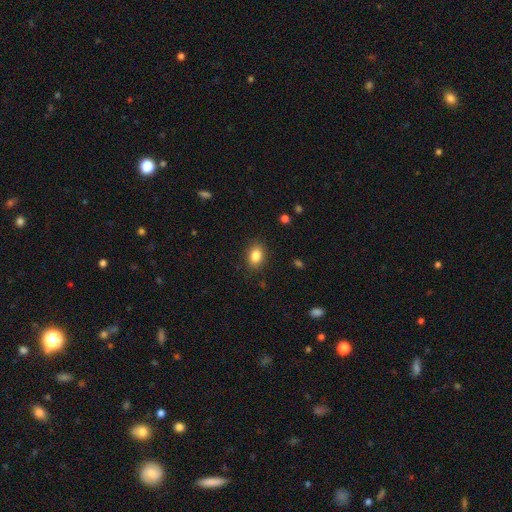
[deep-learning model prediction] Smooth or featured? smooth (85%)
How rounded? in between (75%)
Merging? none (87%)